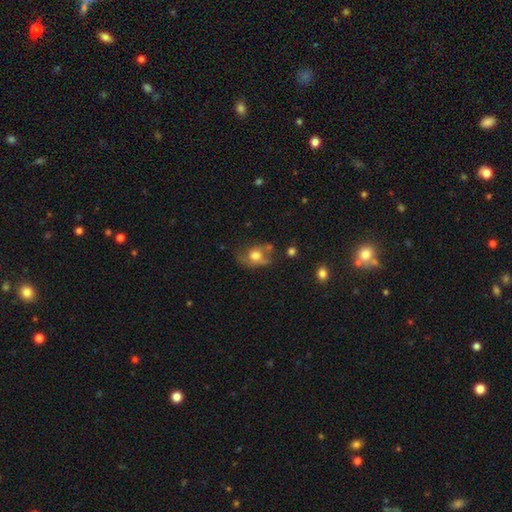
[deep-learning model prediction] smooth 62%, featured or disk 28%, star or artifact 10%. Down the decision tree: how rounded — in between (53%); merging — none (41%).